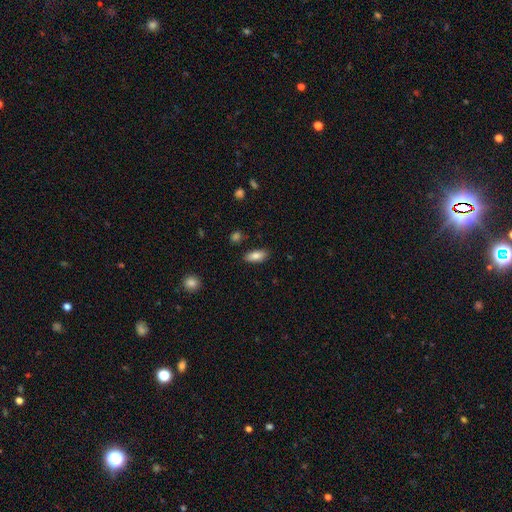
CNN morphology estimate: type=smooth (83%); roundness=in between (85%); merging=none (86%).